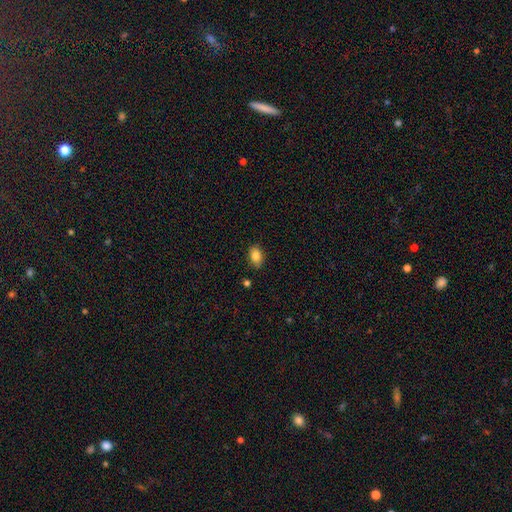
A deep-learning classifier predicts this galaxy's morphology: Smooth or featured? Predicted: smooth (p=0.83). How rounded? Predicted: in between (p=0.84). Merging? Predicted: none (p=0.84).